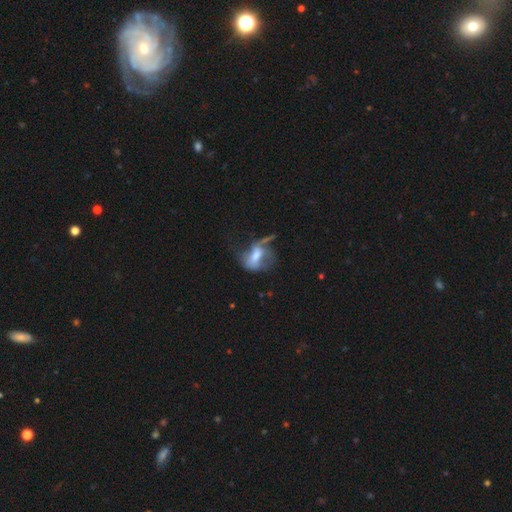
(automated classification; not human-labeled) featured or disk 50%, smooth 40%, star or artifact 11%. Down the decision tree: merging — major disturbance (45%).